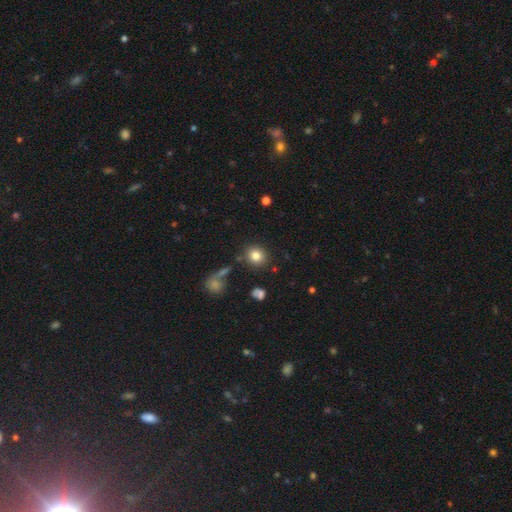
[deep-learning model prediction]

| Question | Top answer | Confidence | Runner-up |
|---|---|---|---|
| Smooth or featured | smooth | 82% | star or artifact (11%) |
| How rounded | round | 84% | in between (15%) |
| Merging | none | 84% | minor disturbance (8%) |